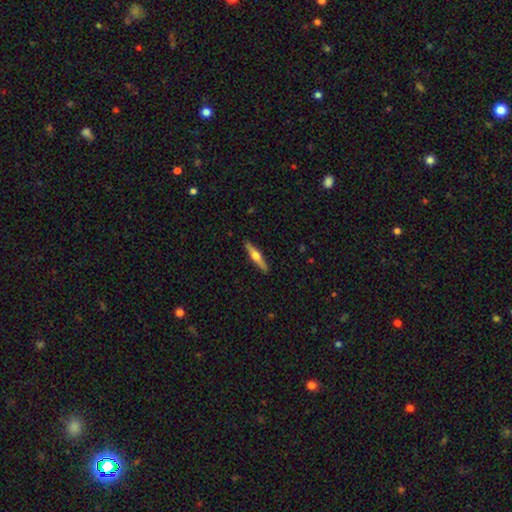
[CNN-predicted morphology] Smooth or featured? Predicted: featured or disk (p=0.63). Edge-on disk? Predicted: yes (p=0.97). Edge-on bulge? Predicted: rounded (p=0.94). Merging? Predicted: none (p=0.91).